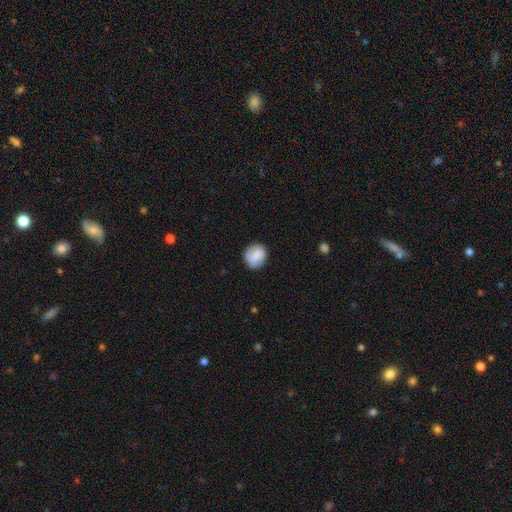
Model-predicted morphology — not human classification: Smooth or featured?
  - smooth: 80% *
  - featured or disk: 12%
  - star or artifact: 7%
How rounded?
  - round: 73% *
  - in between: 26%
  - cigar-shaped: 1%
Merging?
  - none: 81% *
  - minor disturbance: 14%
  - major disturbance: 4%
  - merger: 1%